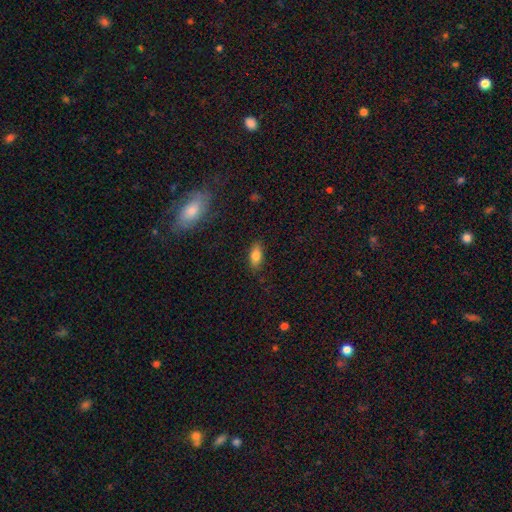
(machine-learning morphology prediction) smooth-or-featured: smooth: 81% | featured or disk: 11% | star or artifact: 8%
  how-rounded: in between: 84% | cigar-shaped: 13% | round: 3%
  merging: none: 85% | minor disturbance: 11% | major disturbance: 3% | merger: 1%